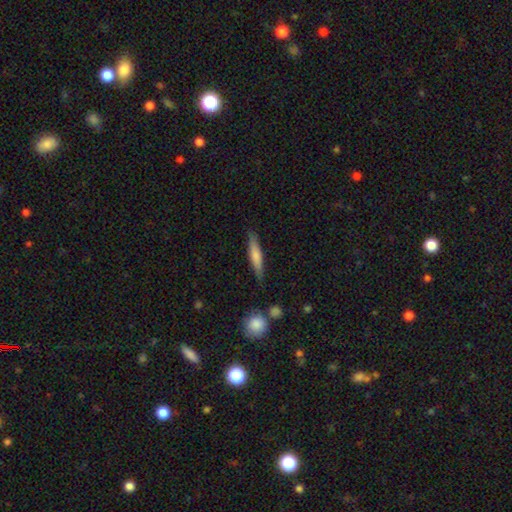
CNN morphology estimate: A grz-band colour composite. It shows a smooth galaxy with no disk features (64%) that is cigar-shaped (88%). Merging: none (84%).